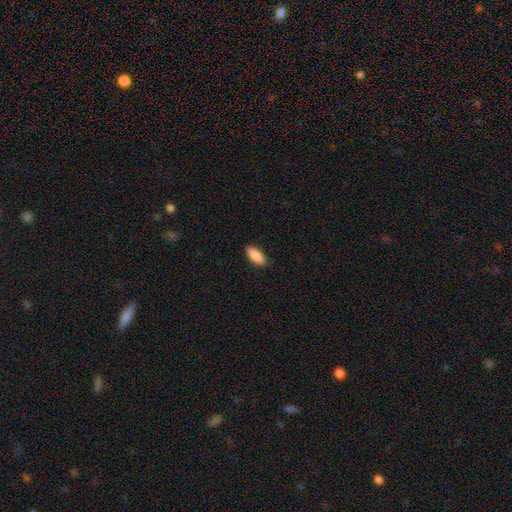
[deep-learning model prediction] This is clearly a smooth galaxy (89%). How rounded: clearly in between (83%). Merging: clearly none (86%).